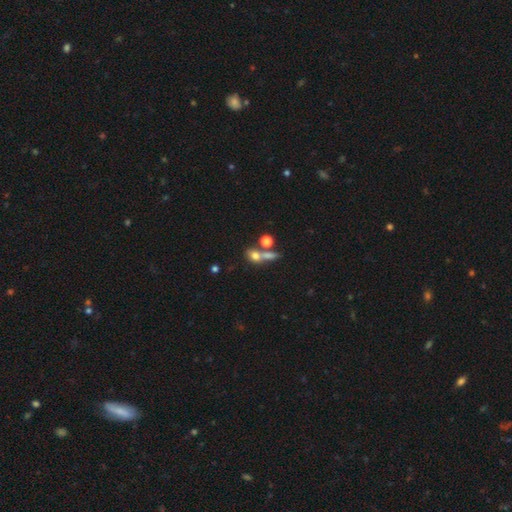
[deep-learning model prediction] Overall: smooth (69%). How rounded: in between (45%, tied with round). Merging: merger (41%, tied with none).